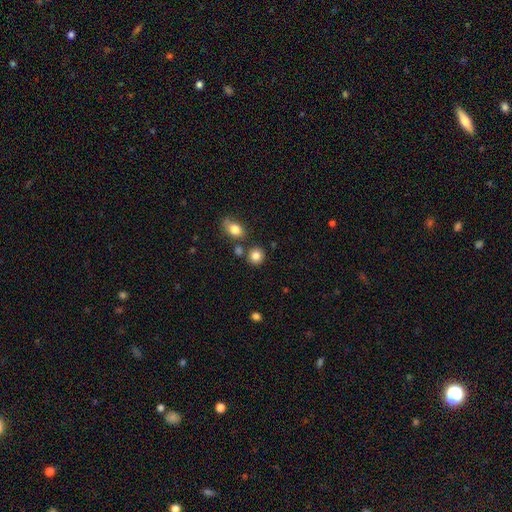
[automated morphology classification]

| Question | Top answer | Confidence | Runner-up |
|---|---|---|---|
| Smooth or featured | smooth | 84% | star or artifact (10%) |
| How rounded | round | 84% | in between (15%) |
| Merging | none | 77% | merger (11%) |